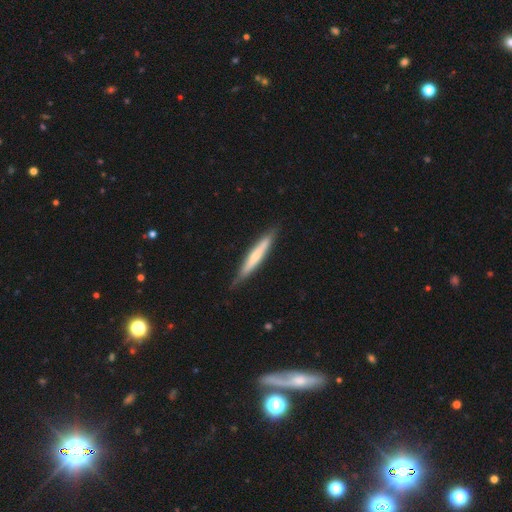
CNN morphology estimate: Smooth or featured: smooth — 52% (featured or disk — 43%)
How rounded: cigar-shaped — 95% (in between — 4%)
Merging: none — 82% (minor disturbance — 14%)